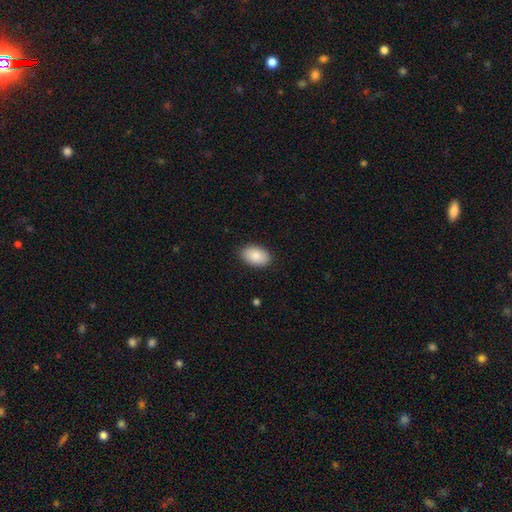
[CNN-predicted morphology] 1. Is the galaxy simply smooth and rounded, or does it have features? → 86% smooth, 7% featured or disk, 6% star or artifact.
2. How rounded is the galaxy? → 91% in between, 8% round, 1% cigar-shaped.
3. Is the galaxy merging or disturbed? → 88% none, 9% minor disturbance, 2% major disturbance, 1% merger.